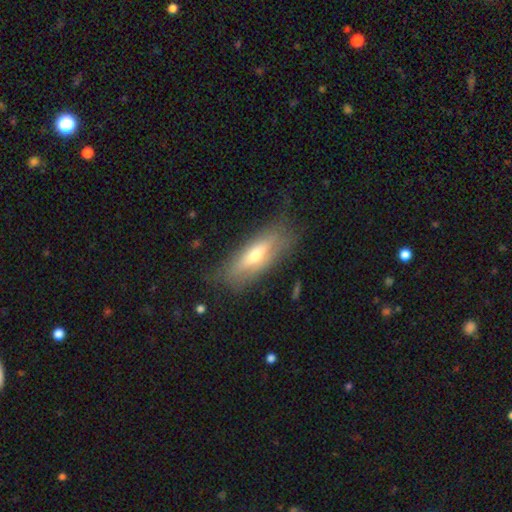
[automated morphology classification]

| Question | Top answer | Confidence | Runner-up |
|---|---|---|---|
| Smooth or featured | smooth | 47% | featured or disk (46%) |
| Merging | none | 76% | minor disturbance (17%) |